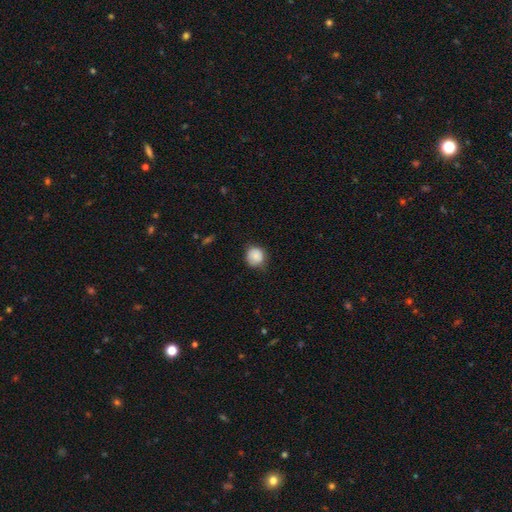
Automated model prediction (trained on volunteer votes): Morphology: type=smooth (85%); roundness=round (86%); merging=none (71%).